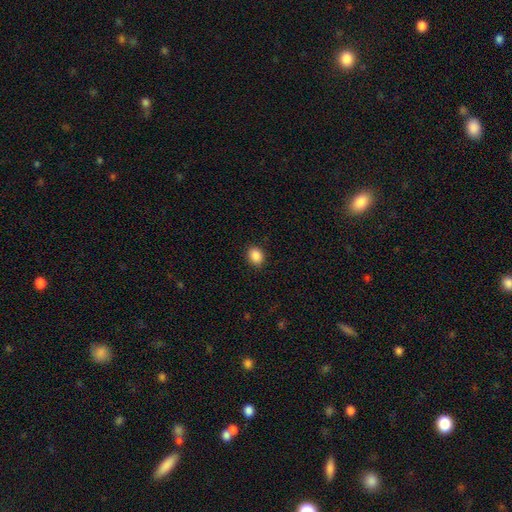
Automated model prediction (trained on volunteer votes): Smooth or featured? smooth (88%)
How rounded? round (54%)
Merging? none (90%)